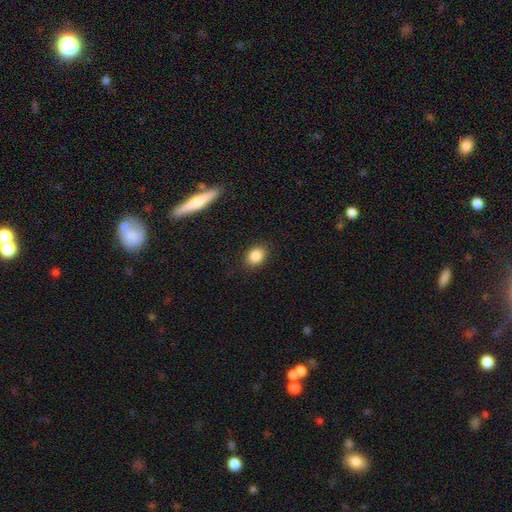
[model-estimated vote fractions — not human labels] This appears to be a smooth galaxy with no disk features (86%) that is in between round and cigar-shaped (54%). Merging: none (87%).